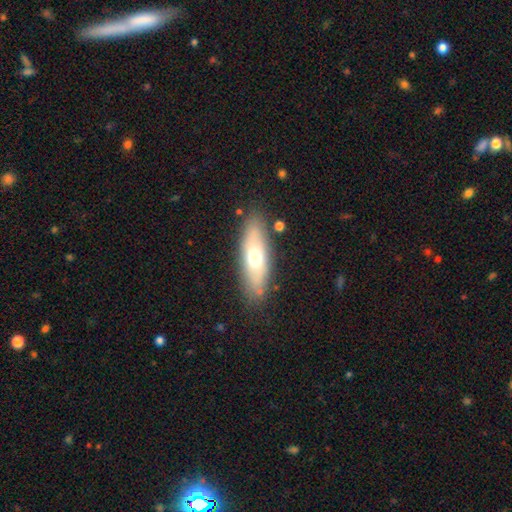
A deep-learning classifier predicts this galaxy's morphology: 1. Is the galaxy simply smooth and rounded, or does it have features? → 56% smooth, 37% featured or disk, 6% star or artifact.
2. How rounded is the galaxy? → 59% in between, 39% cigar-shaped, 3% round.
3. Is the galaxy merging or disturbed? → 83% none, 12% minor disturbance, 3% major disturbance, 2% merger.